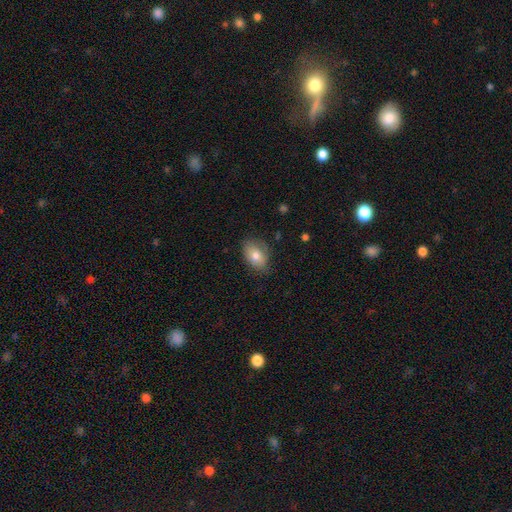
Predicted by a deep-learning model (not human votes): Overall: smooth (78%). How rounded: in between (82%). Merging: none (73%).